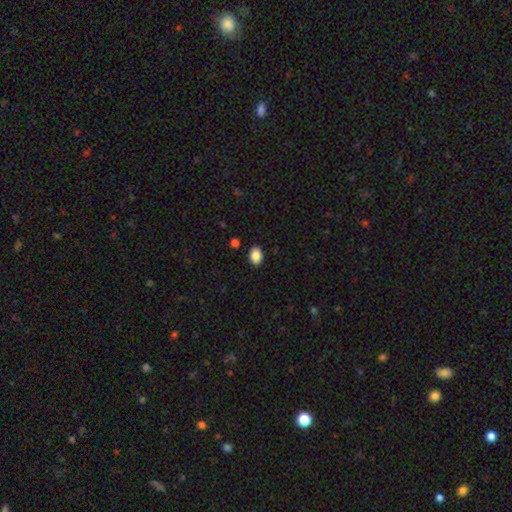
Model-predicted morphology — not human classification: This appears to be a smooth galaxy with no disk features (88%) that is in between round and cigar-shaped (71%). Merging: none (89%).